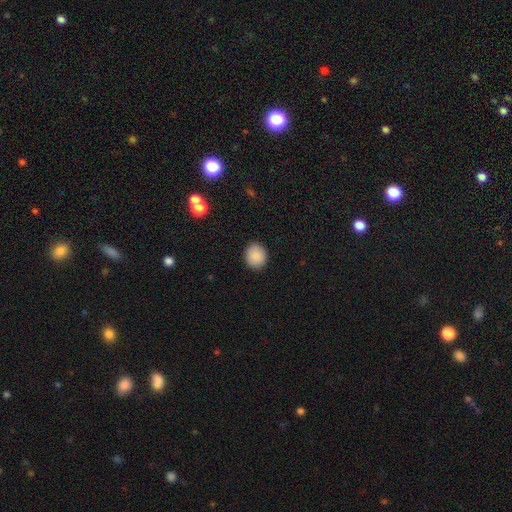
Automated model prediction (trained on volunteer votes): smooth-or-featured: smooth: 89% | star or artifact: 8% | featured or disk: 4%
  how-rounded: round: 75% | in between: 24% | cigar-shaped: 1%
  merging: none: 90% | minor disturbance: 7% | major disturbance: 2% | merger: 1%